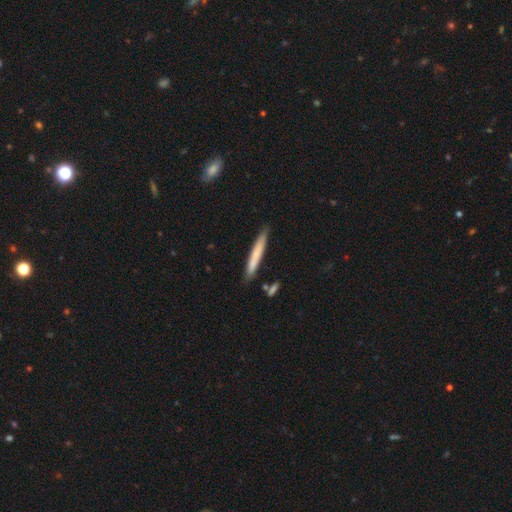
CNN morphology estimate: Smooth or featured: smooth — 69% (featured or disk — 25%)
How rounded: cigar-shaped — 96% (in between — 3%)
Merging: none — 84% (minor disturbance — 11%)